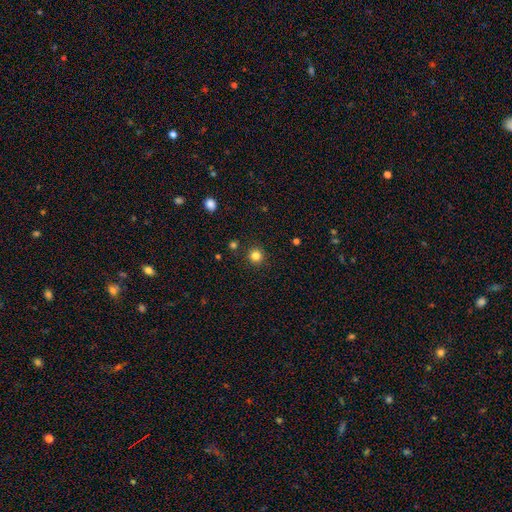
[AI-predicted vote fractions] Smooth or featured?
  - smooth: 82% *
  - star or artifact: 14%
  - featured or disk: 4%
How rounded?
  - round: 95% *
  - in between: 4%
  - cigar-shaped: 1%
Merging?
  - none: 91% *
  - minor disturbance: 5%
  - merger: 2%
  - major disturbance: 2%